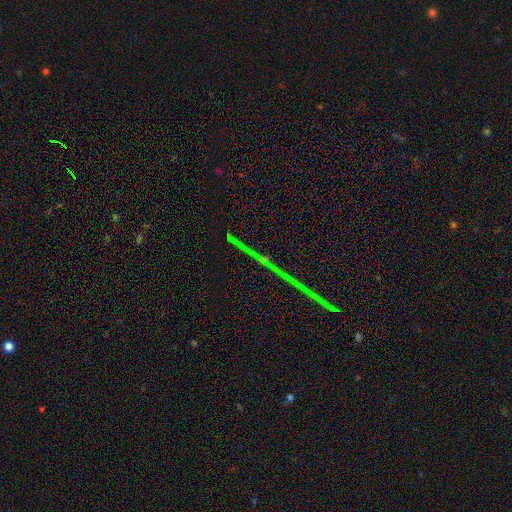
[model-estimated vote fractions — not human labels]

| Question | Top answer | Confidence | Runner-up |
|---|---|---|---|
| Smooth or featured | star or artifact | 69% | featured or disk (21%) |